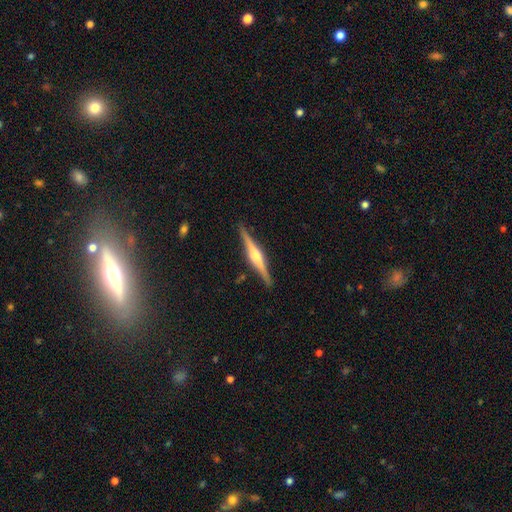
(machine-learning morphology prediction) Q: Smooth or featured?
A: featured or disk (79%); runner-up: smooth (16%)
Q: Edge-on disk?
A: yes (98%); runner-up: no (2%)
Q: Edge-on bulge?
A: rounded (81%); runner-up: boxy (14%)
Q: Merging?
A: none (90%); runner-up: minor disturbance (8%)